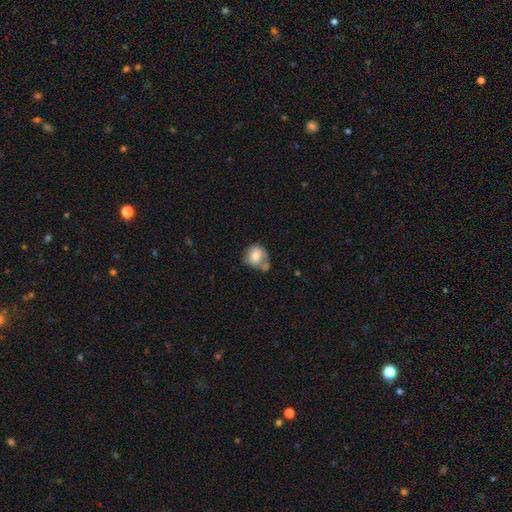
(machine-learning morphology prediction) The model was most divided on "merging": none: 42%, merger: 29%, minor disturbance: 21%, major disturbance: 8%. More confident: how rounded — round (80%); smooth or featured — smooth (76%).